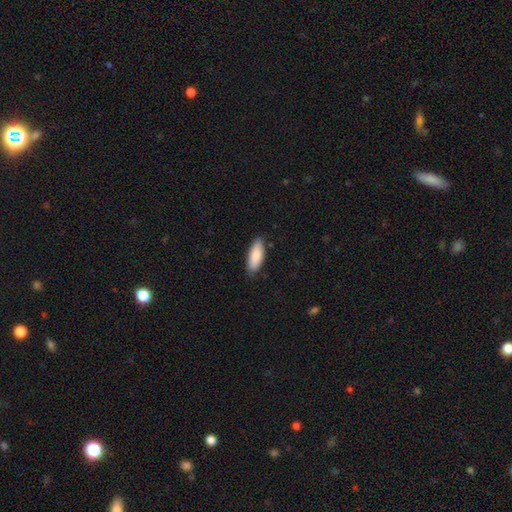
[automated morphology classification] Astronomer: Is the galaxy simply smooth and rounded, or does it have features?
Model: smooth — 87%.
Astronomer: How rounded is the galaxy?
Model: in between — 70%.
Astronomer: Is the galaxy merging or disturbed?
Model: none — 85%.